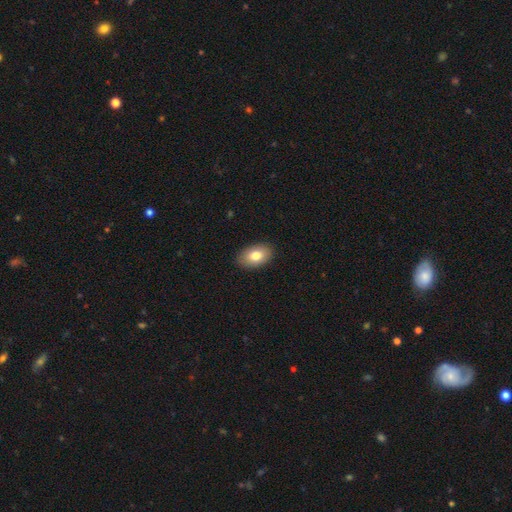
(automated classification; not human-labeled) Overall: smooth (80%). How rounded: in between (90%). Merging: none (89%).